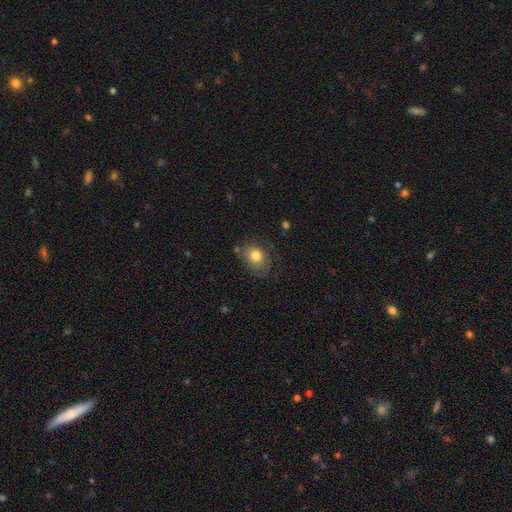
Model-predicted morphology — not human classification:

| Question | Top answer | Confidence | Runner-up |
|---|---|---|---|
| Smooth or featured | smooth | 76% | featured or disk (15%) |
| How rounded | in between | 53% | round (46%) |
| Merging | none | 63% | minor disturbance (24%) |